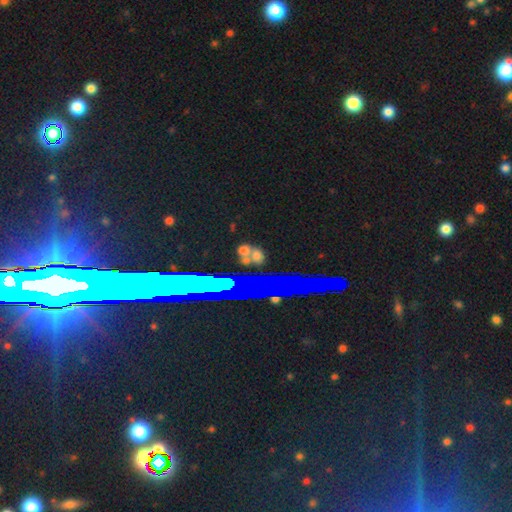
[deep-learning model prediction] Smooth or featured? Predicted: star or artifact (p=0.47).